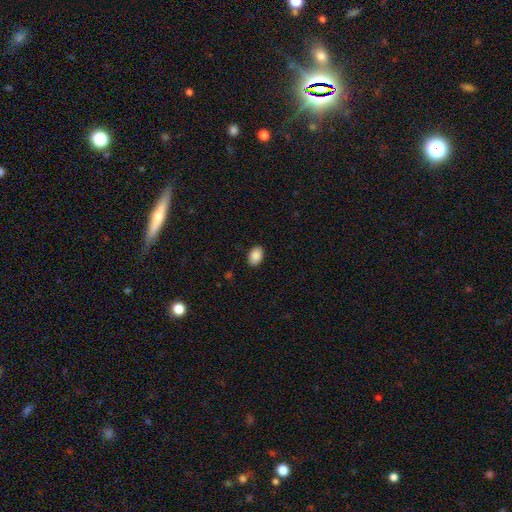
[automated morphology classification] Smooth or featured? smooth (90%)
How rounded? in between (87%)
Merging? none (89%)